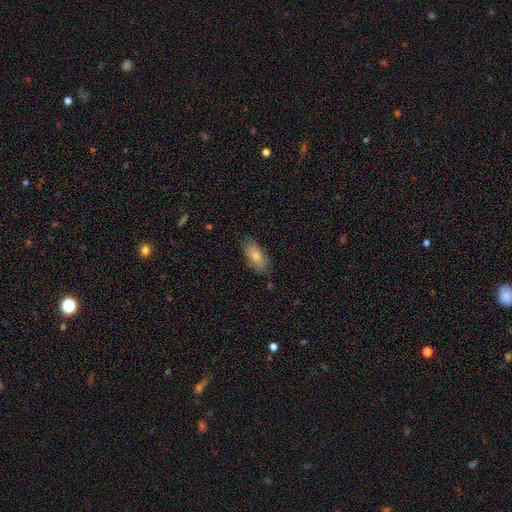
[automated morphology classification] A smooth galaxy with no disk features (79%) that is in between round and cigar-shaped (89%). Merging: none (80%).